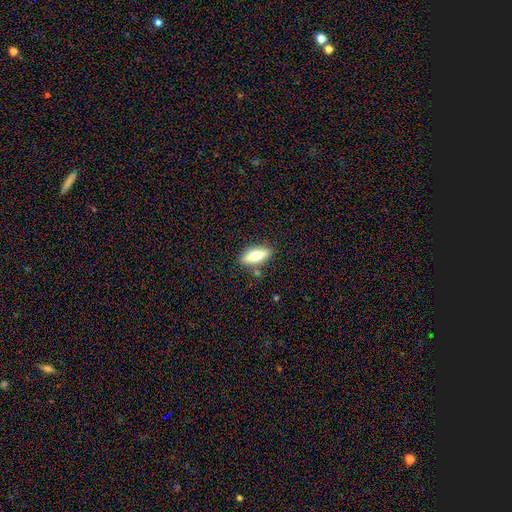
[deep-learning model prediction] smooth-or-featured: smooth: 66% | featured or disk: 27% | star or artifact: 7%
  how-rounded: in between: 67% | cigar-shaped: 31% | round: 3%
  merging: none: 83% | minor disturbance: 11% | merger: 4% | major disturbance: 3%